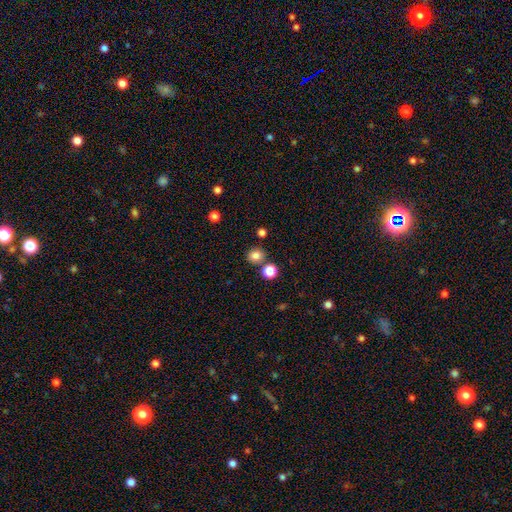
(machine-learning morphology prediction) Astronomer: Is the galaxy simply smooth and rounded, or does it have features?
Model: smooth — 82%.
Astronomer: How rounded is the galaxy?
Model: round — 81%.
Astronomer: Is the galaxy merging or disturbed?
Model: none — 80%.